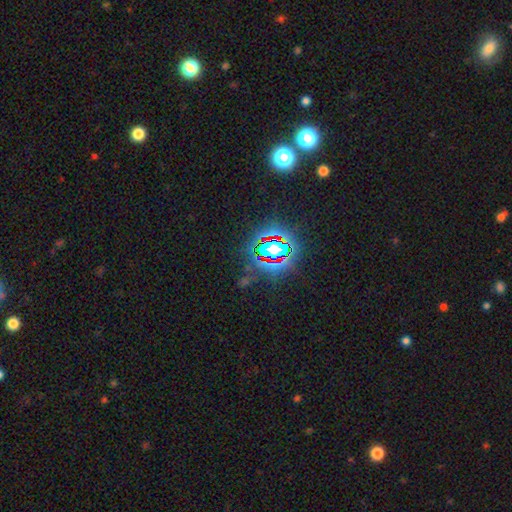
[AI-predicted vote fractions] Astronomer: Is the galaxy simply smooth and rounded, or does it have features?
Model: star or artifact — 82%.